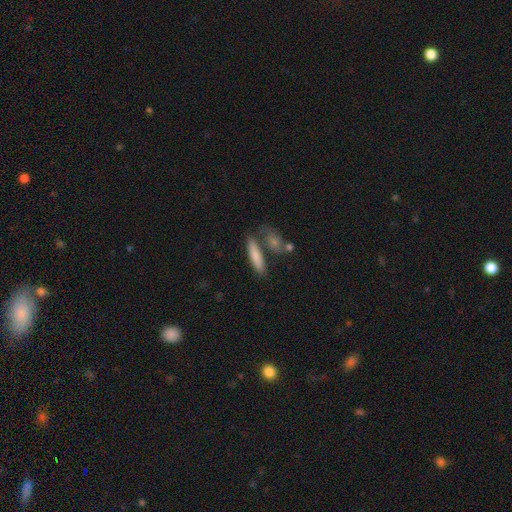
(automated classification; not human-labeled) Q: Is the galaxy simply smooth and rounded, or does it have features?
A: smooth — 79%.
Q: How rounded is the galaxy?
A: cigar-shaped — 72%.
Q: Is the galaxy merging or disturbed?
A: none — 67%.